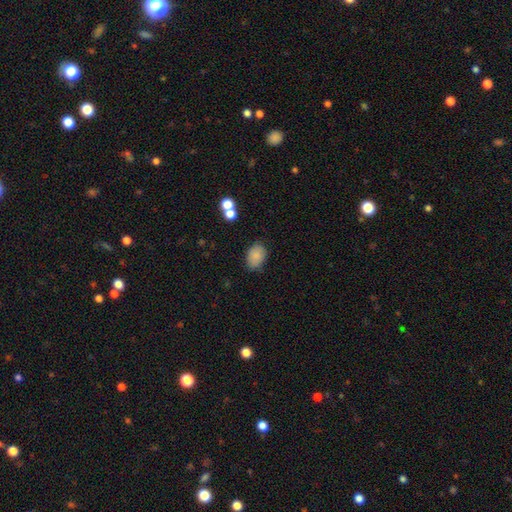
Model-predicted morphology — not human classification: Overall: smooth (85%). How rounded: in between (81%). Merging: none (76%).